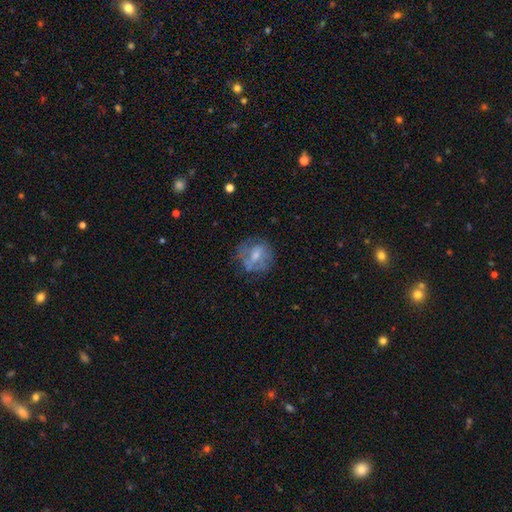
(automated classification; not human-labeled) This is possibly a featured or disk galaxy (51%). It is clearly not viewed edge-on (96%). Merging: possibly none (60%).